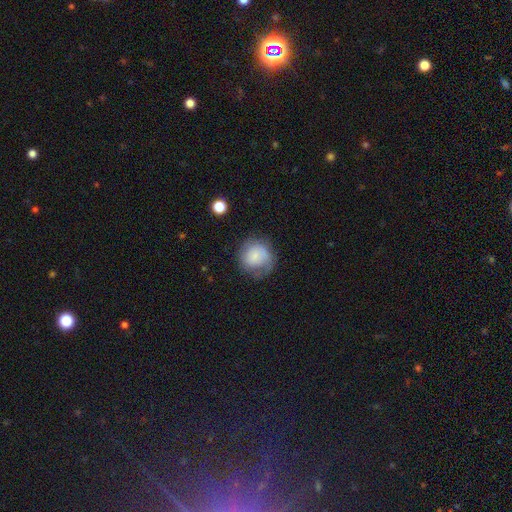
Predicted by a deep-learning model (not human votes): A smooth galaxy with no disk features (64%) that is round (86%).

Vote fractions:
- Smooth or featured? smooth: 64% / featured or disk: 28% / star or artifact: 8%
- How rounded? round: 86% / in between: 14% / cigar-shaped: 1%
- Merging? none: 56% / minor disturbance: 26% / major disturbance: 17% / merger: 2%